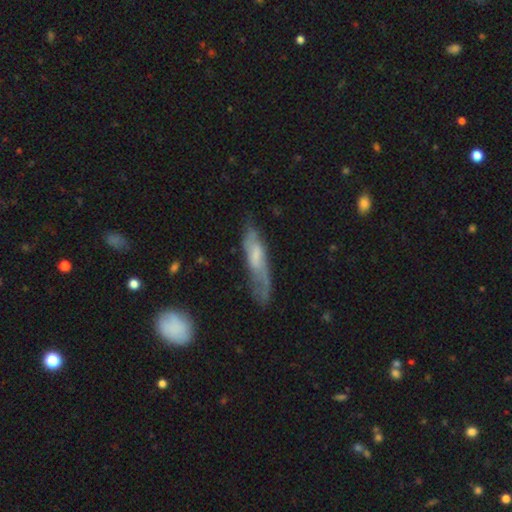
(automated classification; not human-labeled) A featured or disk galaxy (53%). Merging: none (53%).